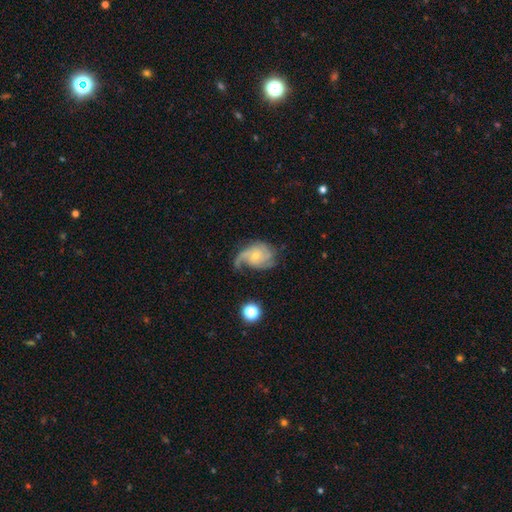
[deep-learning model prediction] Q: Smooth or featured?
A: featured or disk (80%); runner-up: smooth (13%)
Q: Edge-on disk?
A: no (97%); runner-up: yes (3%)
Q: Bar?
A: no (74%); runner-up: weak (23%)
Q: Spiral arms?
A: yes (95%); runner-up: no (5%)
Q: Spiral winding?
A: medium (40%); runner-up: tight (31%)
Q: Spiral arm count?
A: 2 (29%); runner-up: 3 (23%)
Q: Bulge size?
A: small (61%); runner-up: moderate (34%)
Q: Merging?
A: none (46%); runner-up: major disturbance (26%)